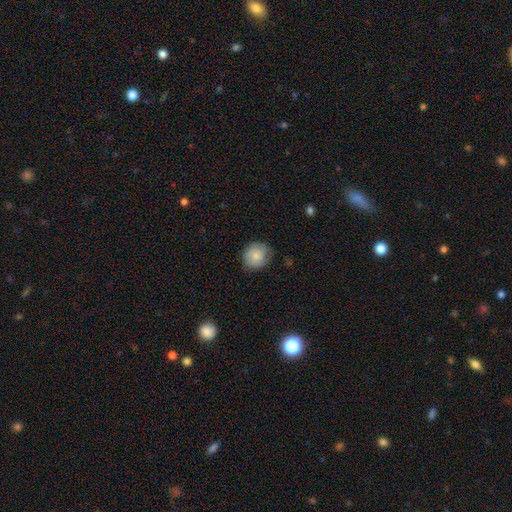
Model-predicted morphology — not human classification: Q: Smooth or featured?
A: smooth (79%); runner-up: featured or disk (14%)
Q: How rounded?
A: round (81%); runner-up: in between (19%)
Q: Merging?
A: none (75%); runner-up: minor disturbance (20%)